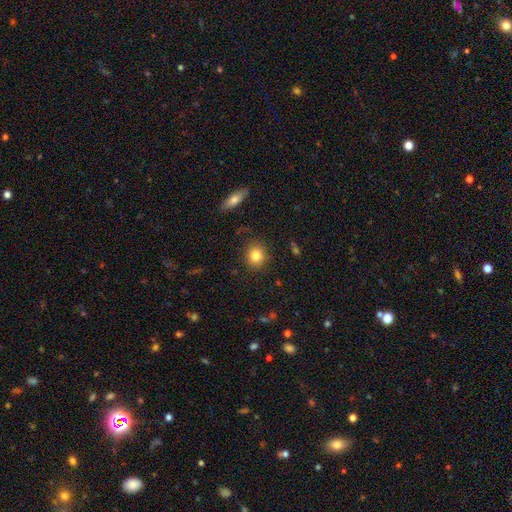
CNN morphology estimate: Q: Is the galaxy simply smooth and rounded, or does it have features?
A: smooth — 83%.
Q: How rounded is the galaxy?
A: round — 77%.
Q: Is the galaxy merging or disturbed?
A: none — 85%.